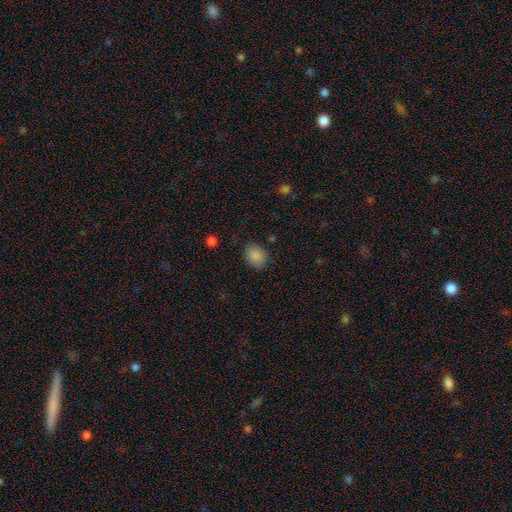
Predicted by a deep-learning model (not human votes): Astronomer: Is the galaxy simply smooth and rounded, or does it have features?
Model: smooth — 87%.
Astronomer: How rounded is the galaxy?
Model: in between — 59% (runner-up: round, 40%).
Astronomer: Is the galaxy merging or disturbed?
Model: none — 83%.